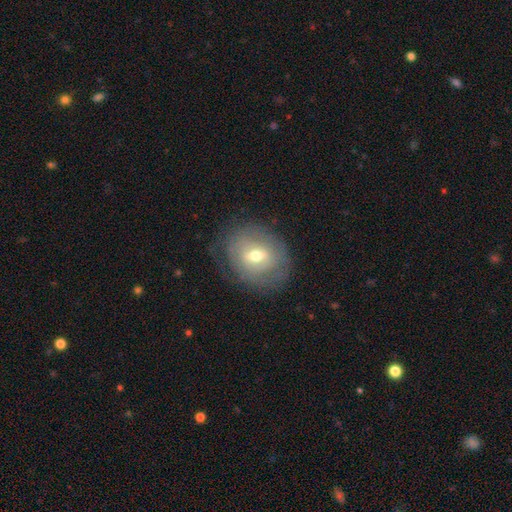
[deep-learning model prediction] Morphology: type=featured or disk (56%); edge-on=no (93%); bar=weak (50%); spiral arms=no (52%); bulge=moderate (65%); merging=none (70%).